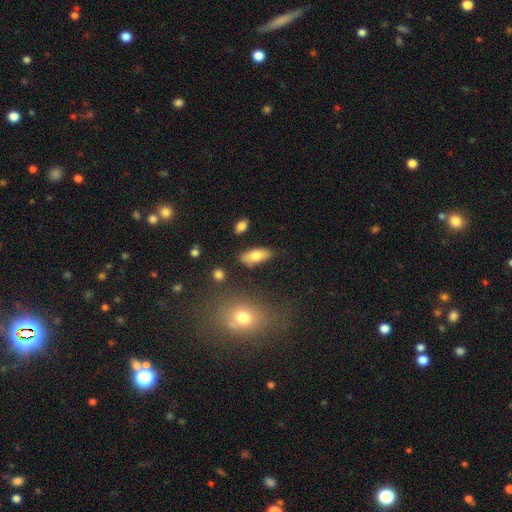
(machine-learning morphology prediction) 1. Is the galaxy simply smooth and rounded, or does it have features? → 77% smooth, 16% featured or disk, 7% star or artifact.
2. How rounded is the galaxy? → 83% in between, 14% cigar-shaped, 3% round.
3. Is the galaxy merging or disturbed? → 79% none, 14% minor disturbance, 4% merger, 3% major disturbance.